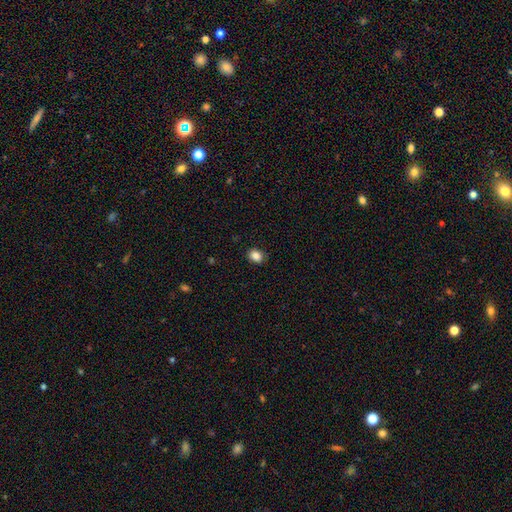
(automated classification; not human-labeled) smooth_or_featured: smooth (p=0.87) [alt: star or artifact p=0.10]
how_rounded: in between (p=0.54) [alt: round p=0.46]
merging: none (p=0.86) [alt: minor disturbance p=0.11]